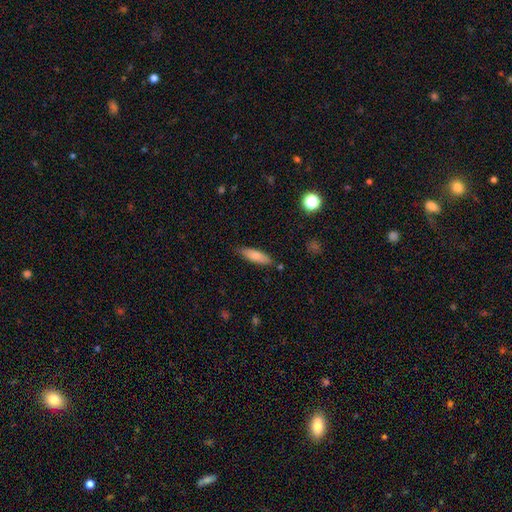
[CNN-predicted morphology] Smooth or featured?
  - smooth: 79% *
  - featured or disk: 14%
  - star or artifact: 6%
How rounded?
  - cigar-shaped: 63% *
  - in between: 35%
  - round: 2%
Merging?
  - none: 81% *
  - minor disturbance: 14%
  - merger: 3%
  - major disturbance: 3%